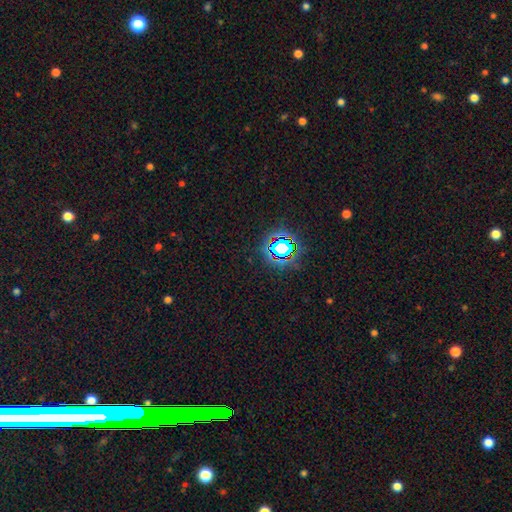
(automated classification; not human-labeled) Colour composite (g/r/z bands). It shows a star or artifact, not a galaxy (79%).